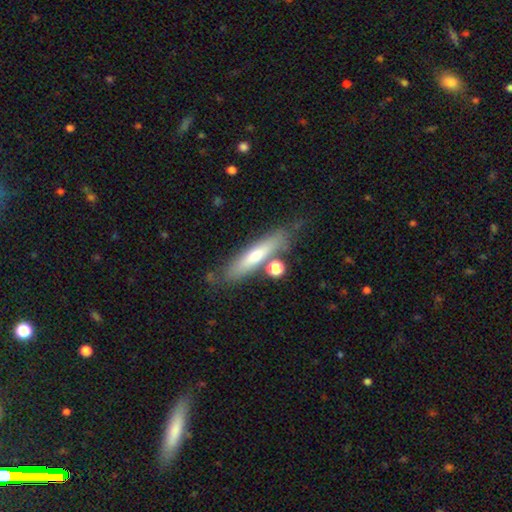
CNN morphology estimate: This appears to be a smooth galaxy with no disk features (47%). Merging: none (74%).